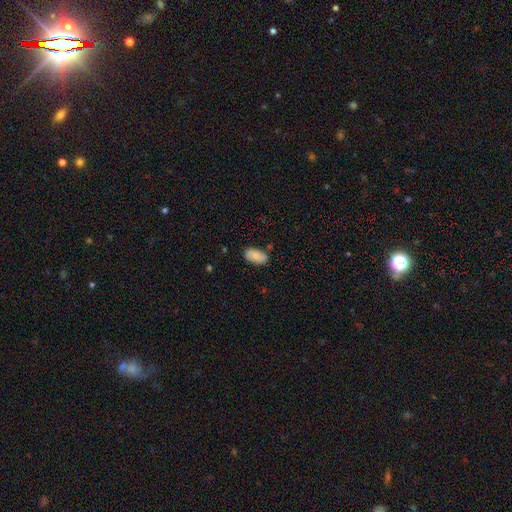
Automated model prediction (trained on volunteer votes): Smooth or featured?
  - smooth: 81% *
  - featured or disk: 12%
  - star or artifact: 7%
How rounded?
  - in between: 95% *
  - round: 3%
  - cigar-shaped: 3%
Merging?
  - none: 77% *
  - minor disturbance: 17%
  - merger: 4%
  - major disturbance: 3%